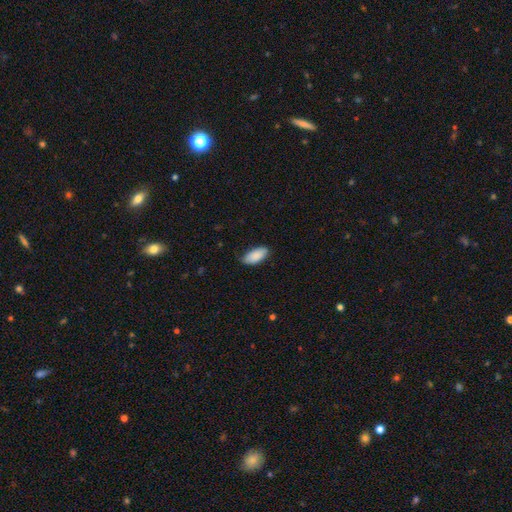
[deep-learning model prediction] Smooth or featured? smooth (89%)
How rounded? in between (91%)
Merging? none (76%)